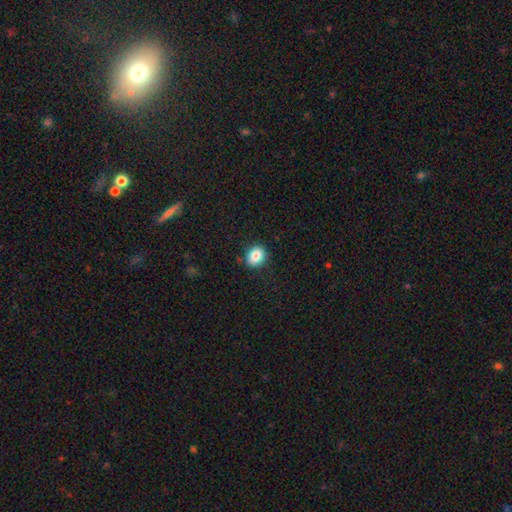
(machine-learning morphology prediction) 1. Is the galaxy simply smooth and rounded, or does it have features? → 85% smooth, 9% star or artifact, 6% featured or disk.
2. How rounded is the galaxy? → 59% round, 40% in between, 1% cigar-shaped.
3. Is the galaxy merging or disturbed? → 86% none, 10% minor disturbance, 2% major disturbance, 1% merger.